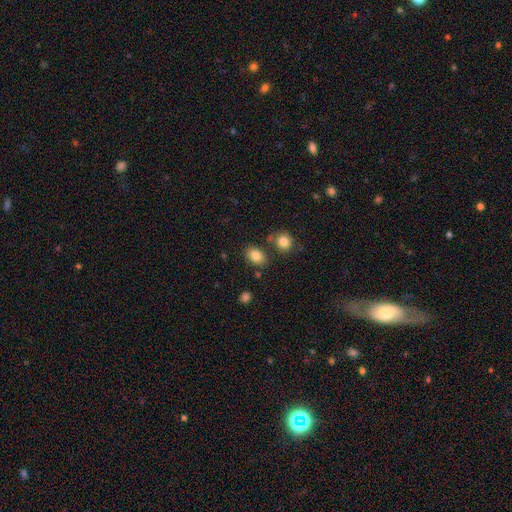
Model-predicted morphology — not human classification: The model was most divided on "how rounded": in between: 75%, round: 23%, cigar-shaped: 1%. More confident: smooth or featured — smooth (84%); merging — none (74%).